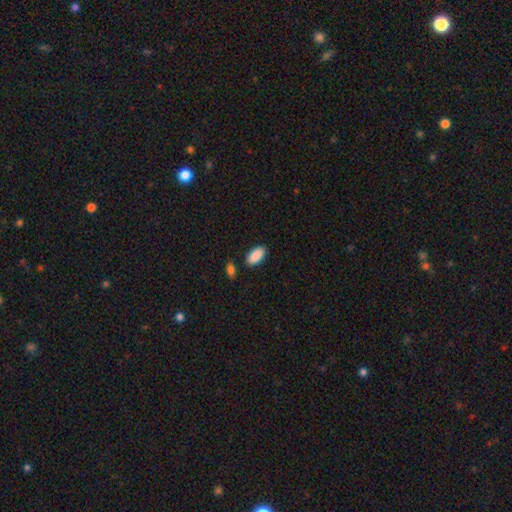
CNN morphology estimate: Overall: smooth (90%). How rounded: in between (94%). Merging: none (84%).